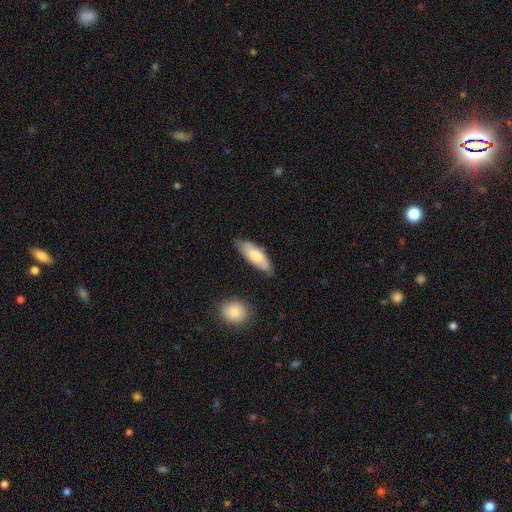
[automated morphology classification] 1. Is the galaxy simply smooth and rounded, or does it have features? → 66% smooth, 29% featured or disk, 6% star or artifact.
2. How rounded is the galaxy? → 67% in between, 31% cigar-shaped, 2% round.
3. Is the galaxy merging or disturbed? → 68% none, 24% minor disturbance, 5% major disturbance, 3% merger.